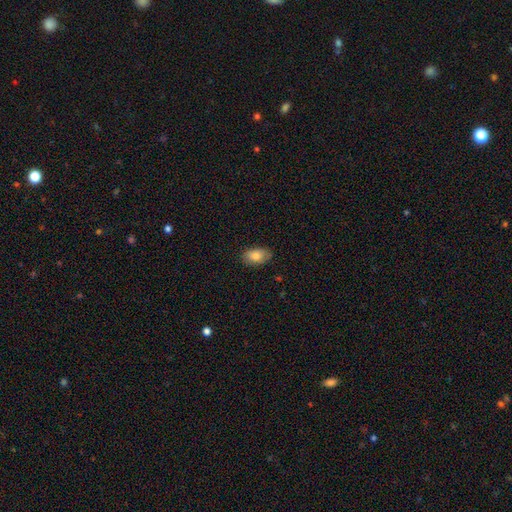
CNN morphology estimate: Smooth or featured? smooth (82%)
How rounded? in between (91%)
Merging? none (81%)